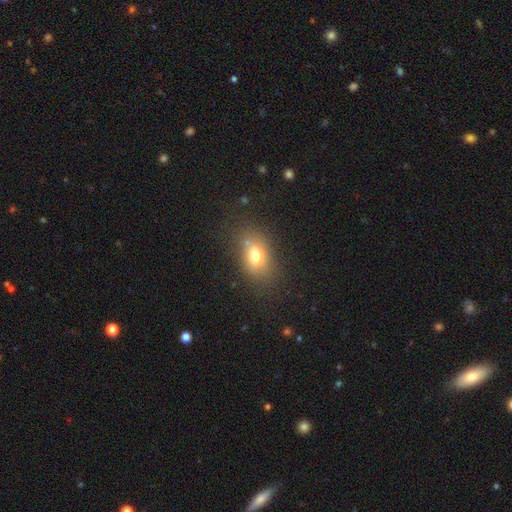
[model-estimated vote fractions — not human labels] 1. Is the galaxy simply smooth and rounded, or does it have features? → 72% smooth, 16% featured or disk, 12% star or artifact.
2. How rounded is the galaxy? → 77% in between, 20% round, 2% cigar-shaped.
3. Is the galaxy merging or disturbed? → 70% none, 17% minor disturbance, 7% major disturbance, 6% merger.